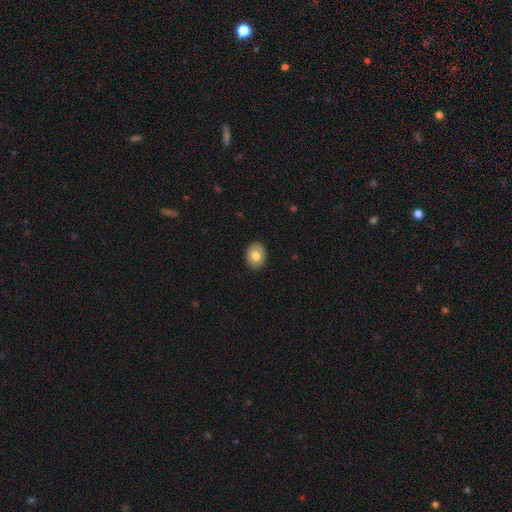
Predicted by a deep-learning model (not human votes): The model was most divided on "how rounded": in between: 53%, round: 46%, cigar-shaped: 1%. More confident: merging — none (88%); smooth or featured — smooth (74%).